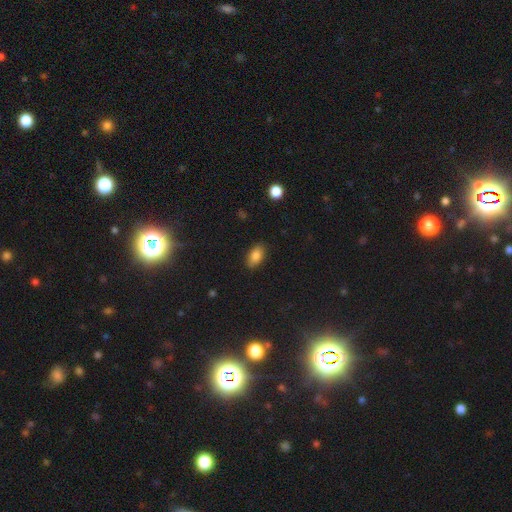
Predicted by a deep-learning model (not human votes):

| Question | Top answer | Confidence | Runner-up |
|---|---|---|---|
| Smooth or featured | smooth | 84% | star or artifact (9%) |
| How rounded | in between | 90% | round (6%) |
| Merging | none | 85% | minor disturbance (11%) |